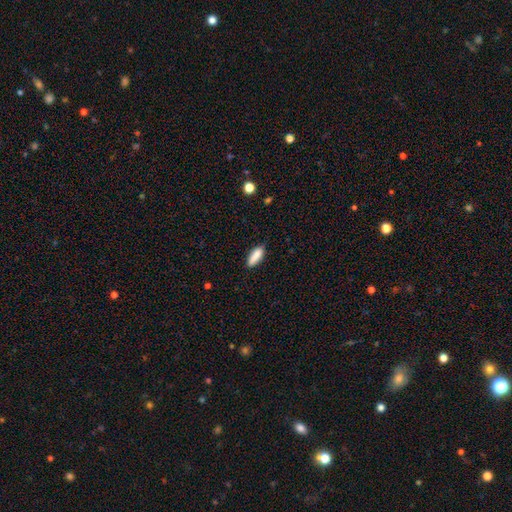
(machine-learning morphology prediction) Q: Smooth or featured?
A: smooth (86%); runner-up: star or artifact (7%)
Q: How rounded?
A: in between (64%); runner-up: cigar-shaped (34%)
Q: Merging?
A: none (75%); runner-up: minor disturbance (19%)